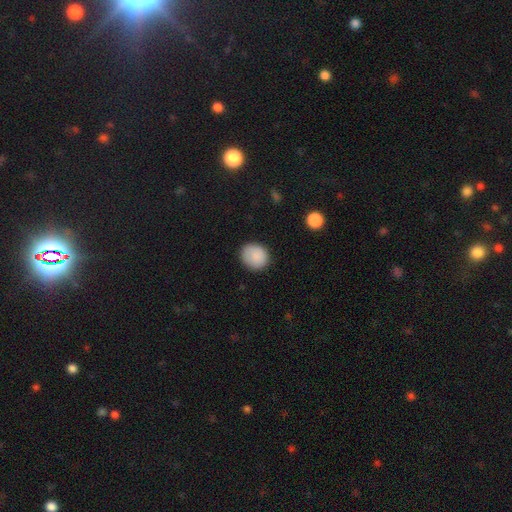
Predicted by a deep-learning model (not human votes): Morphology: type=smooth (88%); roundness=round (79%); merging=none (84%).